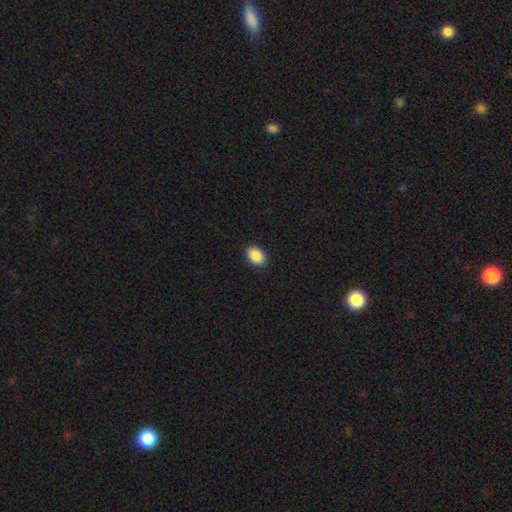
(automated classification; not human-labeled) smooth-or-featured: smooth: 89% | star or artifact: 8% | featured or disk: 3%
  how-rounded: in between: 81% | round: 18% | cigar-shaped: 1%
  merging: none: 91% | minor disturbance: 7% | major disturbance: 2% | merger: 1%